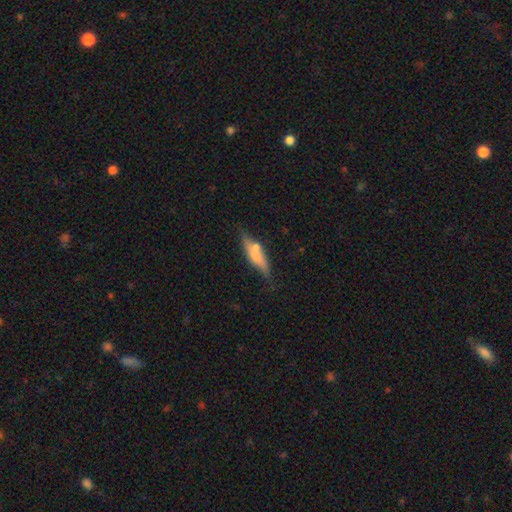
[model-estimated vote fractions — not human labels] Smooth or featured?
  - smooth: 54% *
  - featured or disk: 39%
  - star or artifact: 7%
How rounded?
  - cigar-shaped: 62% *
  - in between: 35%
  - round: 3%
Merging?
  - none: 58% *
  - minor disturbance: 22%
  - merger: 14%
  - major disturbance: 6%